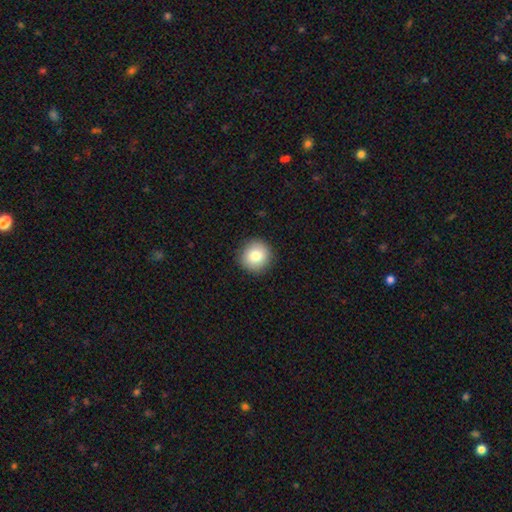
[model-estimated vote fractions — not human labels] smooth-or-featured: smooth: 82% | featured or disk: 9% | star or artifact: 9%
  how-rounded: round: 93% | in between: 6% | cigar-shaped: 1%
  merging: none: 91% | minor disturbance: 6% | major disturbance: 2% | merger: 1%